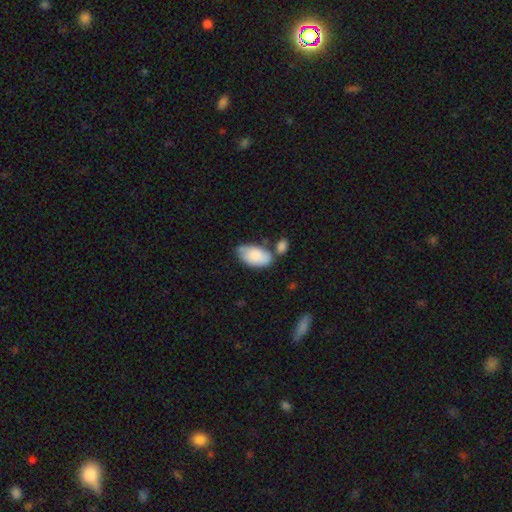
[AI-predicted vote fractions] A smooth galaxy with no disk features (82%) that is in between round and cigar-shaped (95%). Merging: none (44%).